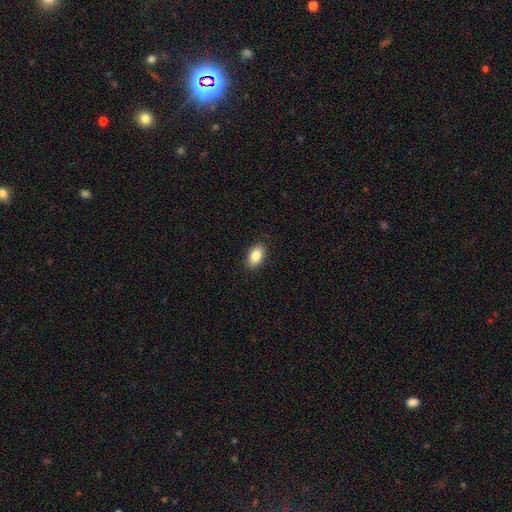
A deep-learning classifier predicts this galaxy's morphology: Smooth or featured? Predicted: smooth (p=0.85). How rounded? Predicted: in between (p=0.91). Merging? Predicted: none (p=0.89).